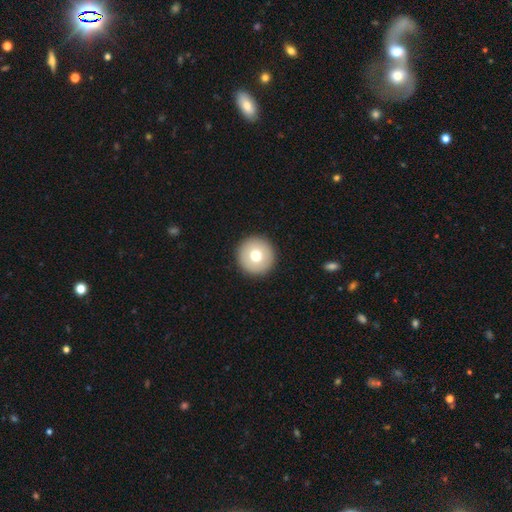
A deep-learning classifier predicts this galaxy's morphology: Smooth or featured: smooth — 71% (featured or disk — 20%)
How rounded: round — 97% (in between — 3%)
Merging: none — 93% (minor disturbance — 4%)